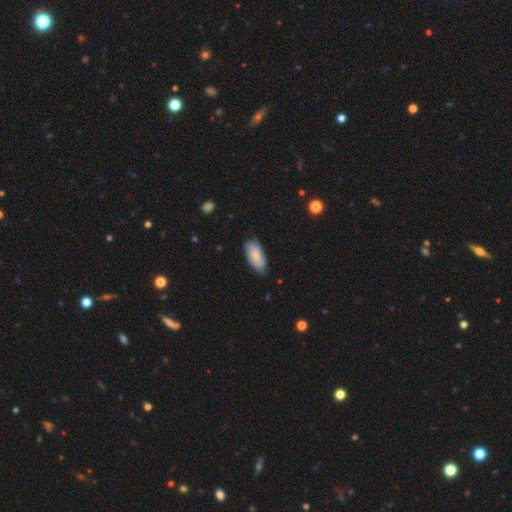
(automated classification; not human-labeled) smooth 76%, featured or disk 18%, star or artifact 6%. Down the decision tree: how rounded — in between (89%); merging — none (72%).